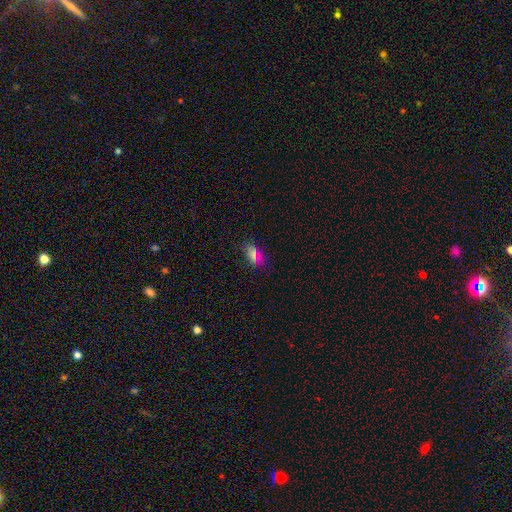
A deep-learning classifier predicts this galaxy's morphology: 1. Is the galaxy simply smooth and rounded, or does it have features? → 69% smooth, 21% star or artifact, 11% featured or disk.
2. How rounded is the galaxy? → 83% in between, 11% round, 6% cigar-shaped.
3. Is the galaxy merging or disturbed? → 81% none, 14% minor disturbance, 3% major disturbance, 2% merger.